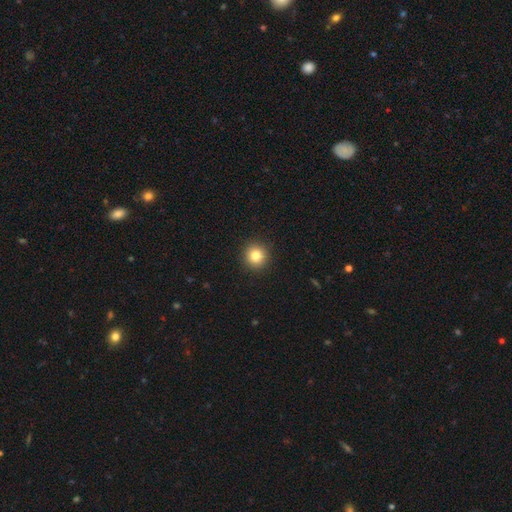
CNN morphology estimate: Smooth or featured? smooth (82%)
How rounded? round (94%)
Merging? none (93%)